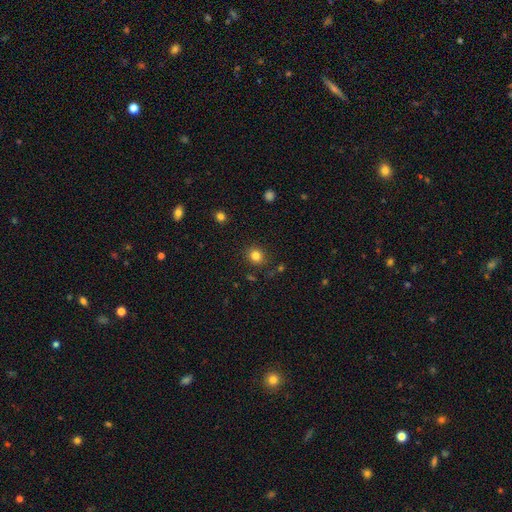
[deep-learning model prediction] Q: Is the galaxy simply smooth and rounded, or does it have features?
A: smooth — 82%.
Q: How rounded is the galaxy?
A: round — 81%.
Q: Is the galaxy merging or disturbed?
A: none — 86%.